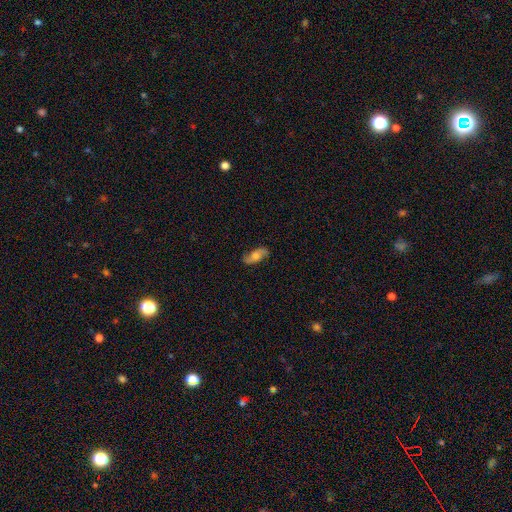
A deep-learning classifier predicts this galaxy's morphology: Smooth or featured?
  - featured or disk: 64% *
  - smooth: 28%
  - star or artifact: 8%
Edge-on disk?
  - no: 89% *
  - yes: 11%
Bar?
  - no: 66% *
  - weak: 27%
  - strong: 6%
Spiral arms?
  - yes: 92% *
  - no: 8%
Spiral winding?
  - loose: 59% *
  - medium: 30%
  - tight: 11%
Spiral arm count?
  - 2: 91% *
  - can't tell: 4%
  - 1: 2%
  - 3: 1%
  - 4: 1%
  - more than 4: 1%
Bulge size?
  - moderate: 51% *
  - large: 21%
  - small: 18%
  - none: 7%
  - dominant: 2%
Merging?
  - none: 83% *
  - minor disturbance: 12%
  - major disturbance: 4%
  - merger: 1%